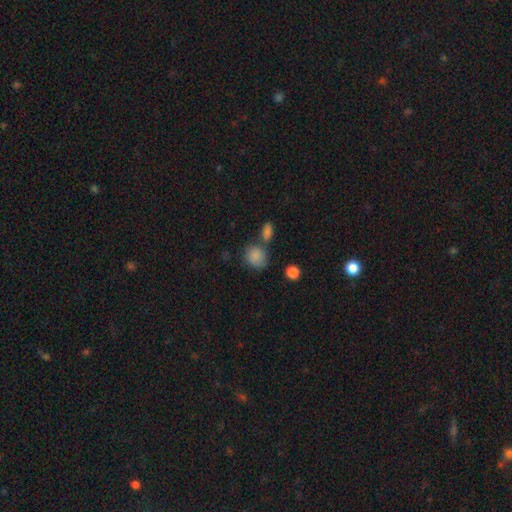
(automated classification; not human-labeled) Q: Smooth or featured?
A: smooth (84%); runner-up: star or artifact (9%)
Q: How rounded?
A: round (68%); runner-up: in between (31%)
Q: Merging?
A: none (57%); runner-up: merger (20%)